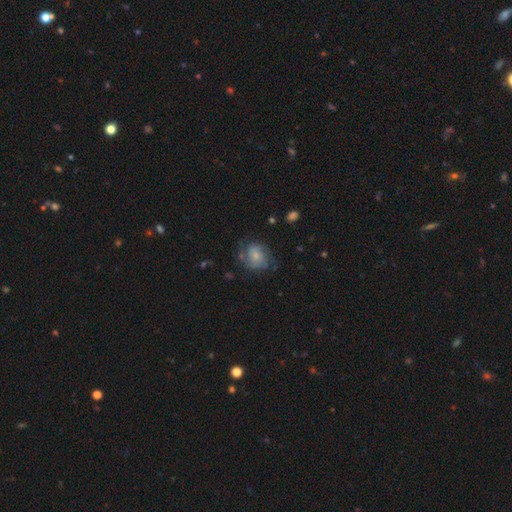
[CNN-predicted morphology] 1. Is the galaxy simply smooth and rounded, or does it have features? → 61% featured or disk, 32% smooth, 7% star or artifact.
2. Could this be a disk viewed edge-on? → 98% no, 2% yes.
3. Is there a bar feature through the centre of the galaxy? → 69% no, 26% weak, 5% strong.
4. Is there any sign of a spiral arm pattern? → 87% yes, 13% no.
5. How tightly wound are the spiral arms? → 42% medium, 36% tight, 21% loose.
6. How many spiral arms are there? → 59% 2, 21% can't tell, 8% 3, 7% 1, 3% 4, 3% more than 4.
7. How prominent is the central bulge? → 56% small, 28% moderate, 9% none, 5% large, 2% dominant.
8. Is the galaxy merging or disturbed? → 58% none, 23% minor disturbance, 16% major disturbance, 2% merger.